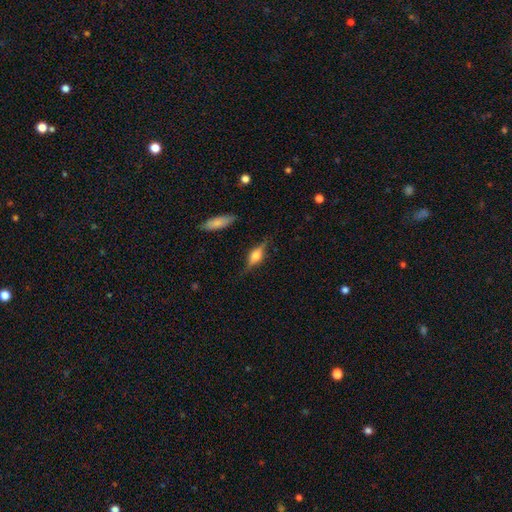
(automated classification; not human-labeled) Smooth or featured?
  - featured or disk: 71% *
  - smooth: 22%
  - star or artifact: 7%
Edge-on disk?
  - yes: 96% *
  - no: 4%
Edge-on bulge?
  - rounded: 91% *
  - boxy: 8%
  - none: 2%
Merging?
  - none: 82% *
  - minor disturbance: 13%
  - major disturbance: 3%
  - merger: 2%